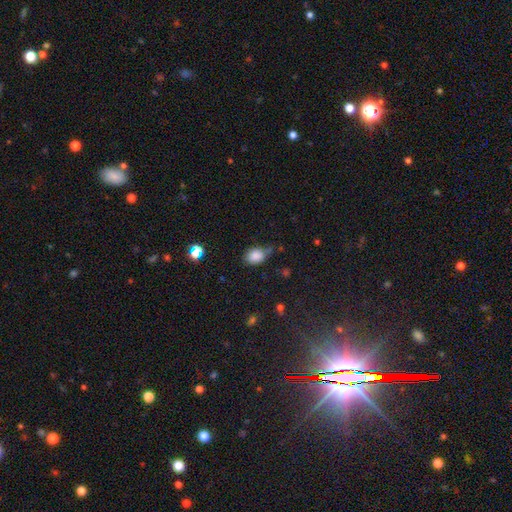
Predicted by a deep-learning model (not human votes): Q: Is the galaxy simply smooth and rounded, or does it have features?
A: smooth — 84%.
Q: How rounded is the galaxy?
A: in between — 65%.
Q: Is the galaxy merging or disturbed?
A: none — 52%.